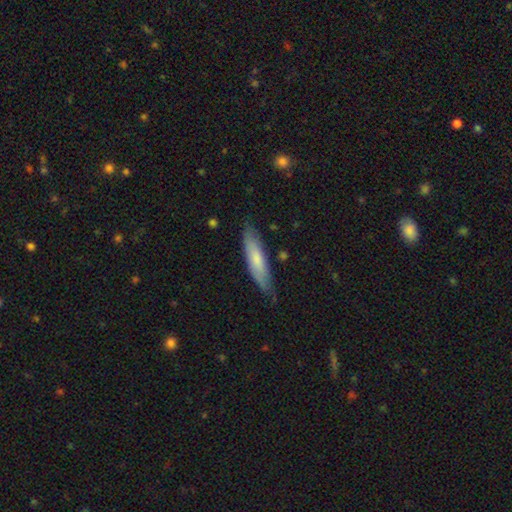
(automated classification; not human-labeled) Q: Smooth or featured?
A: smooth (61%); runner-up: featured or disk (33%)
Q: How rounded?
A: cigar-shaped (79%); runner-up: in between (19%)
Q: Merging?
A: none (79%); runner-up: minor disturbance (17%)